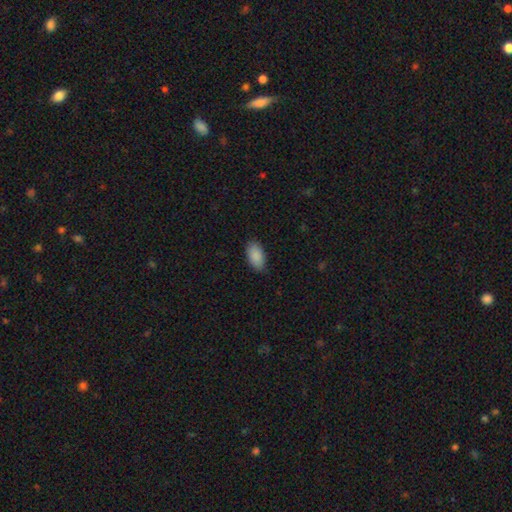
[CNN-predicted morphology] smooth_or_featured: smooth (p=0.90) [alt: star or artifact p=0.06]
how_rounded: in between (p=0.94) [alt: cigar-shaped p=0.03]
merging: none (p=0.85) [alt: minor disturbance p=0.12]